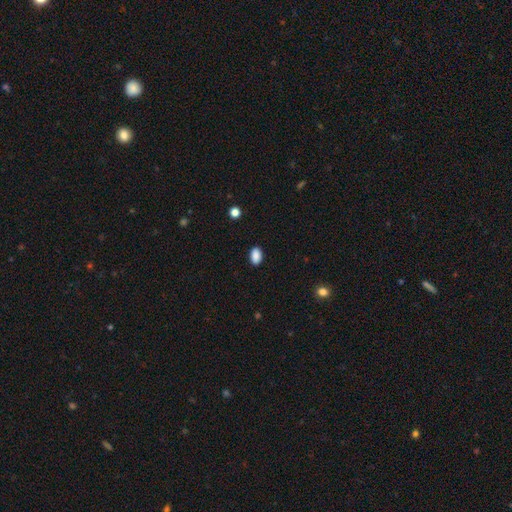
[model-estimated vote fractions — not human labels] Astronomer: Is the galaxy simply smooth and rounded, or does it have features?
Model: smooth — 89%.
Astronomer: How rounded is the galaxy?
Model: in between — 89%.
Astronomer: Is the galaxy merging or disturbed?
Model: none — 88%.